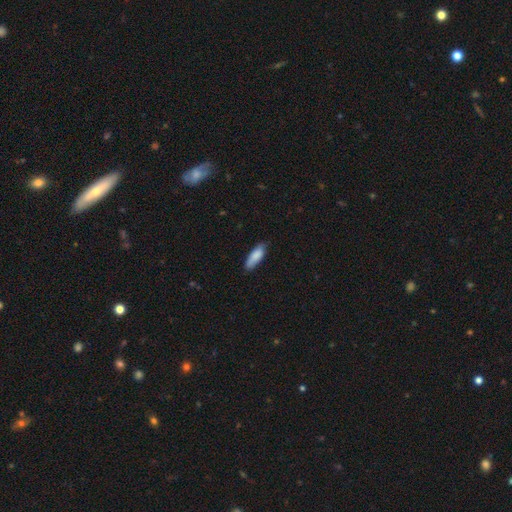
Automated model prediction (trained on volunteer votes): Overall: smooth (85%). How rounded: in between (58%; cigar-shaped 41%). Merging: none (75%).